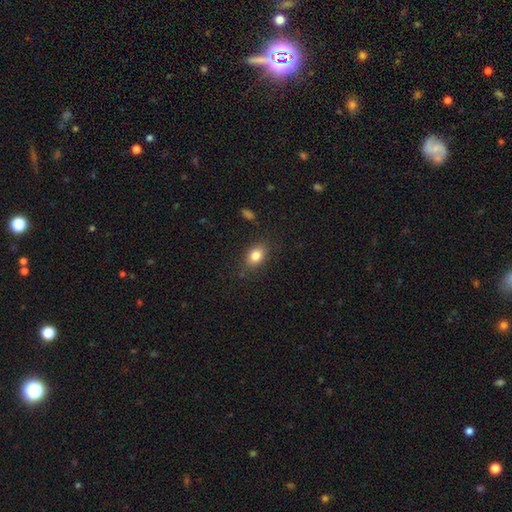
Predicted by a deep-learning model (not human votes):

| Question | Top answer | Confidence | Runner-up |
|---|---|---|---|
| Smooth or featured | smooth | 82% | star or artifact (9%) |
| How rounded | in between | 78% | round (21%) |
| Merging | none | 83% | minor disturbance (12%) |